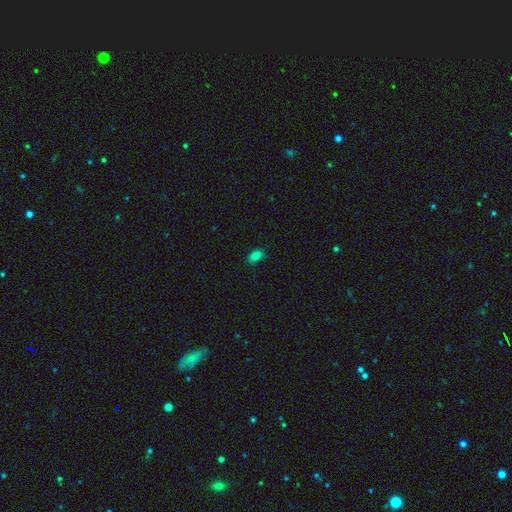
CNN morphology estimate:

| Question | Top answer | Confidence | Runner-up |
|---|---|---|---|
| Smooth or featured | smooth | 80% | star or artifact (15%) |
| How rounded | in between | 83% | round (15%) |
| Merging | none | 78% | minor disturbance (18%) |